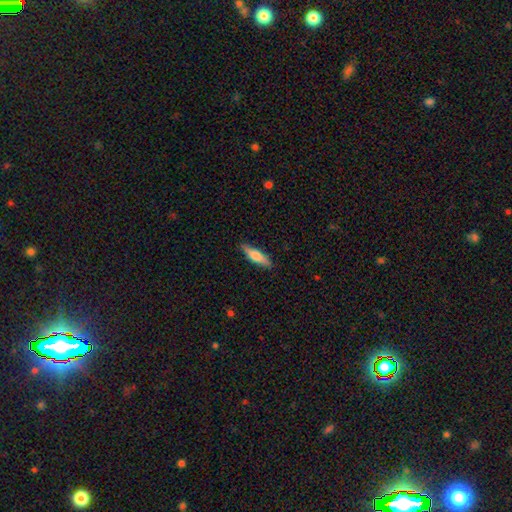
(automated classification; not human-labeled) smooth 65%, featured or disk 29%, star or artifact 6%. Down the decision tree: how rounded — cigar-shaped (65%); merging — none (86%).